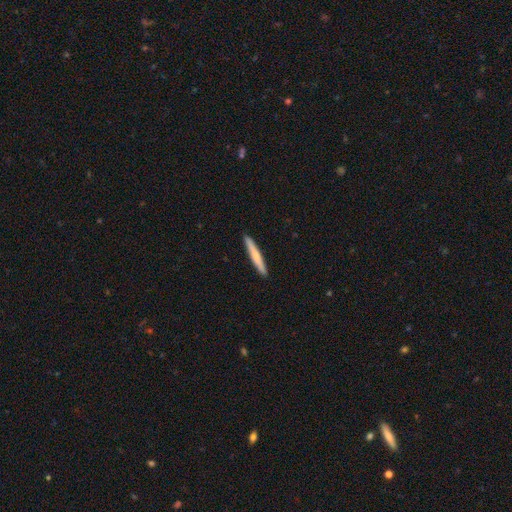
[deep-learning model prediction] Smooth or featured? Predicted: smooth (p=0.62). How rounded? Predicted: cigar-shaped (p=0.96). Merging? Predicted: none (p=0.92).